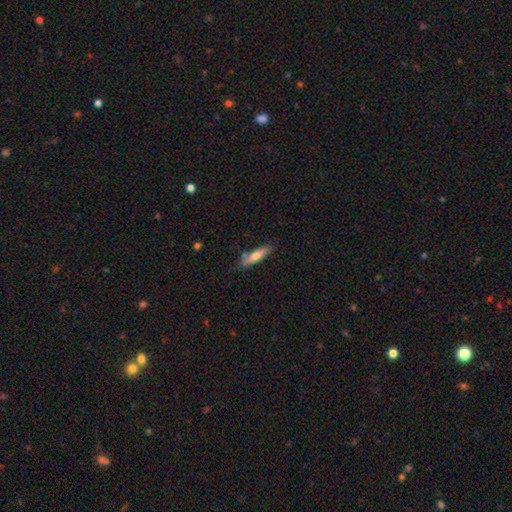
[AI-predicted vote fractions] Overall: smooth (64%; featured or disk 29%). How rounded: cigar-shaped (76%). Merging: none (75%).